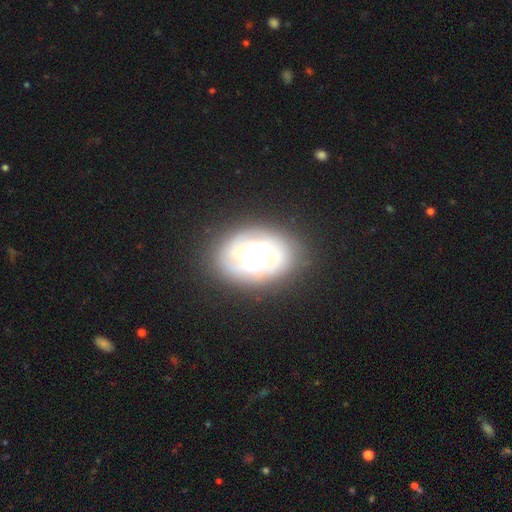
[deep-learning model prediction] Smooth or featured: featured or disk — 69% (smooth — 22%)
Edge-on disk: no — 95% (yes — 5%)
Bar: no — 55% (weak — 29%)
Spiral arms: yes — 65% (no — 35%)
Bulge size: large — 50% (moderate — 31%)
Merging: none — 75% (minor disturbance — 16%)